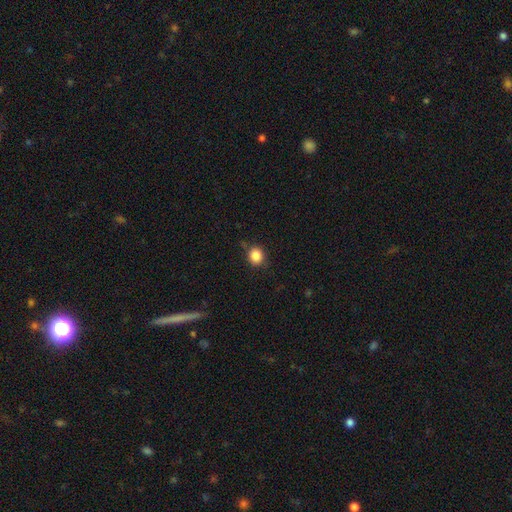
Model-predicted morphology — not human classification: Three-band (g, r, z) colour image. It shows a smooth galaxy with no disk features (86%) that is round (75%). Merging: none (81%).